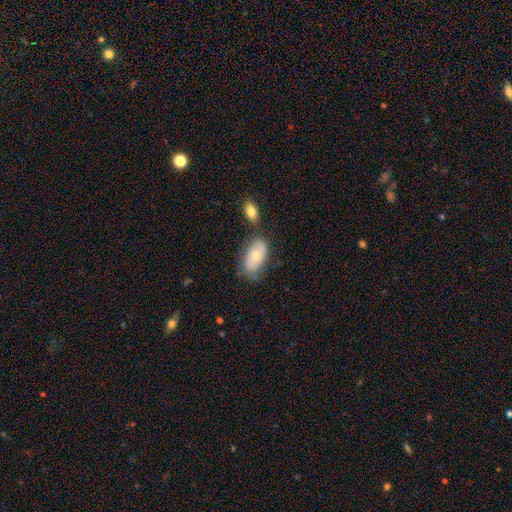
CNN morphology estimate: type=smooth (60%); roundness=in between (93%); merging=none (59%).